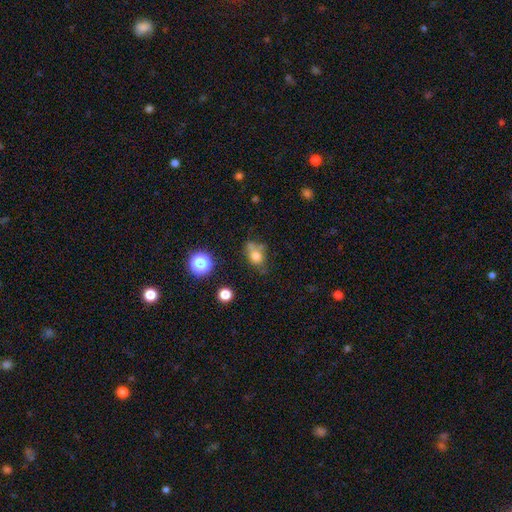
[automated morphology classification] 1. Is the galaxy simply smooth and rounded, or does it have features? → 73% smooth, 14% star or artifact, 13% featured or disk.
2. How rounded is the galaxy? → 53% in between, 45% round, 2% cigar-shaped.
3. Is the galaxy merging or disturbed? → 48% none, 25% minor disturbance, 16% merger, 11% major disturbance.